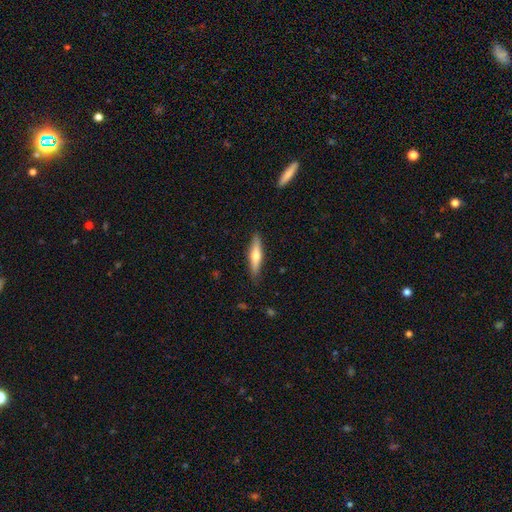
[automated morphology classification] Smooth or featured? smooth (50%)
How rounded? cigar-shaped (79%)
Merging? none (88%)